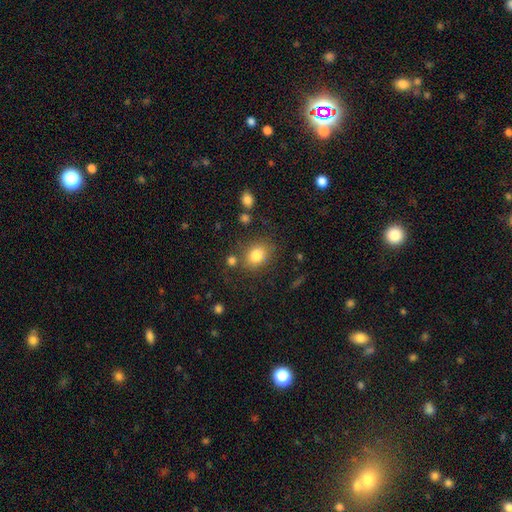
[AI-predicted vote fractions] smooth-or-featured: smooth: 81% | star or artifact: 11% | featured or disk: 8%
  how-rounded: in between: 50% | round: 49% | cigar-shaped: 1%
  merging: none: 74% | minor disturbance: 14% | merger: 7% | major disturbance: 5%